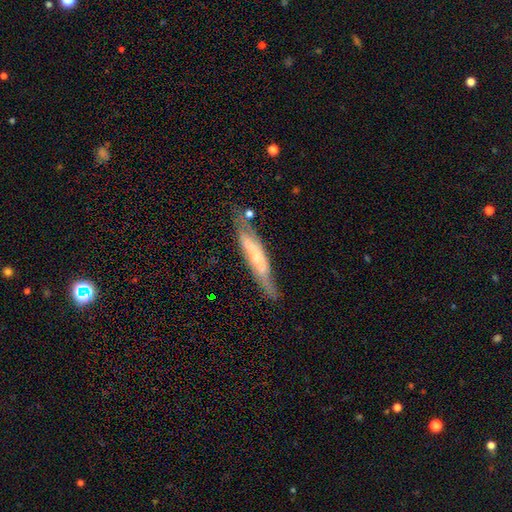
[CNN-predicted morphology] featured or disk 66%, smooth 27%, star or artifact 6%. Down the decision tree: edge-on disk — yes (60%); merging — none (60%).